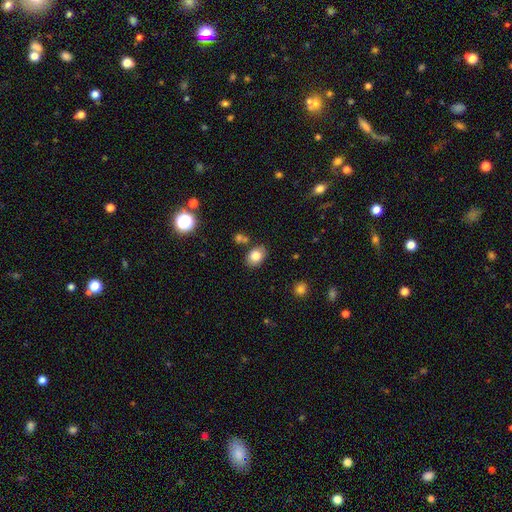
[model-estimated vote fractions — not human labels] Morphology: type=smooth (80%); roundness=in between (73%); merging=none (79%).